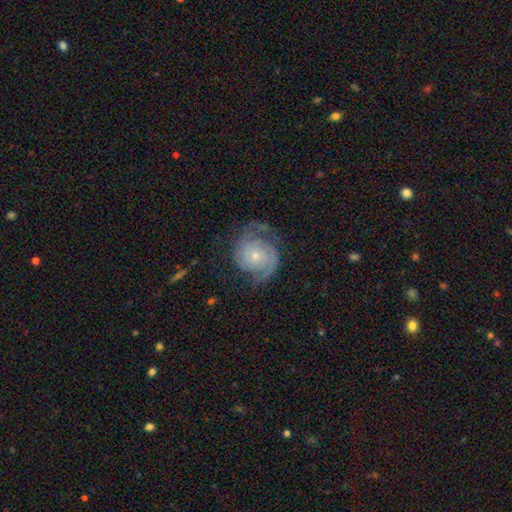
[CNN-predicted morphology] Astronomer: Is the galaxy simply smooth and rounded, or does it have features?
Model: featured or disk — 86%.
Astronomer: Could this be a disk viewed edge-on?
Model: no — 98%.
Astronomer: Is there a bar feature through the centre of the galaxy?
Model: no — 78%.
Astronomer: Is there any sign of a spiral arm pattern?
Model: yes — 97%.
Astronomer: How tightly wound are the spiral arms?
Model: tight — 51% (runner-up: medium, 37%).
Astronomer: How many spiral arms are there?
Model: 2 — 74%.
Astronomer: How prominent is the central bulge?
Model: small — 71%.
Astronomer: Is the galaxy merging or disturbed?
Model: none — 70%.